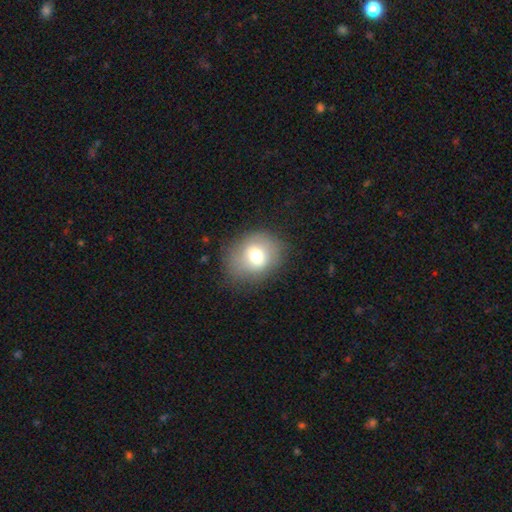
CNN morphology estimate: This appears to be a smooth galaxy with no disk features (65%) that is round (59%). Merging: none (75%).